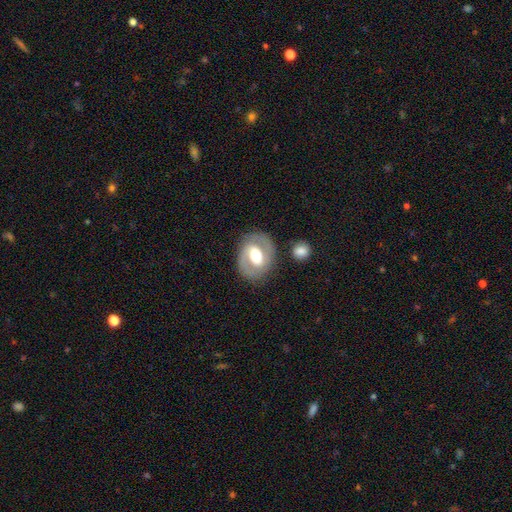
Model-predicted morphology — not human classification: type=featured or disk (72%); edge-on=no (96%); bar=weak (43%); spiral arms=yes (74%); winding=medium (48%); arm count=2 (85%); bulge=moderate (64%); merging=none (80%).